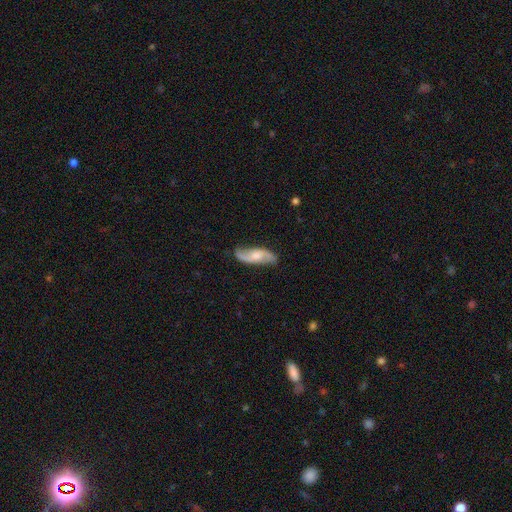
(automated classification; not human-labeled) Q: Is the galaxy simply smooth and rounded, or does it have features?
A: featured or disk — 70%.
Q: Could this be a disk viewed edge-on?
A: no — 90%.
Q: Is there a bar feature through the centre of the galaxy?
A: no — 54%.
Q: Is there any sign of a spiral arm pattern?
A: yes — 94%.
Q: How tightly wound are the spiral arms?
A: loose — 66%.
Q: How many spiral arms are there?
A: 2 — 91%.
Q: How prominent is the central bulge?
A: moderate — 44%.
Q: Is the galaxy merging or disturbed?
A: none — 78%.